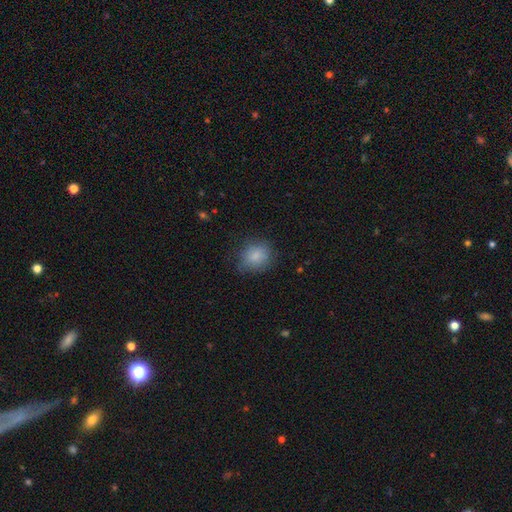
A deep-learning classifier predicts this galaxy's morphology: Smooth or featured?
  - smooth: 83% *
  - star or artifact: 9%
  - featured or disk: 8%
How rounded?
  - round: 67% *
  - in between: 31%
  - cigar-shaped: 1%
Merging?
  - none: 70% *
  - minor disturbance: 22%
  - major disturbance: 7%
  - merger: 1%